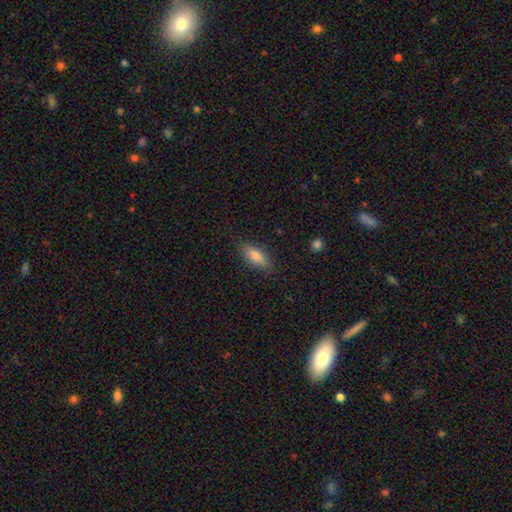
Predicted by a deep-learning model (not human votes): The model was most divided on "how rounded": in between: 61%, cigar-shaped: 36%, round: 2%. More confident: merging — none (86%); smooth or featured — smooth (77%).